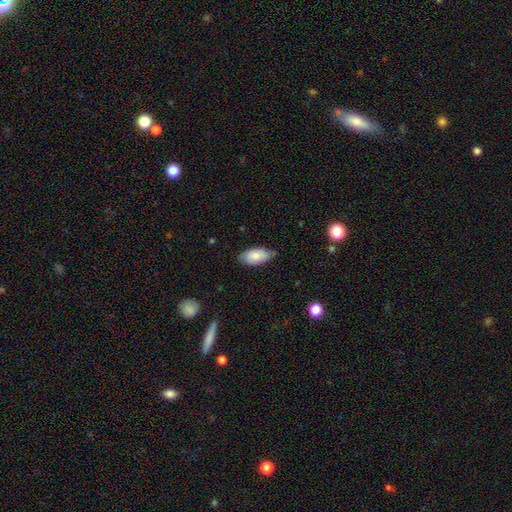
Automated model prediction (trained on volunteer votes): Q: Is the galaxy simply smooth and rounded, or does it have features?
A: smooth — 81%.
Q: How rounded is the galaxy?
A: in between — 93%.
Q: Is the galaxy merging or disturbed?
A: none — 72%.